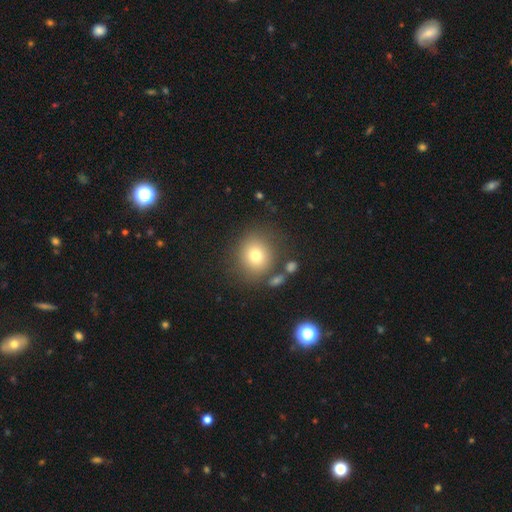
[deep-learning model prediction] This is likely a smooth galaxy (75%). How rounded: clearly round (83%). Merging: likely none (77%).